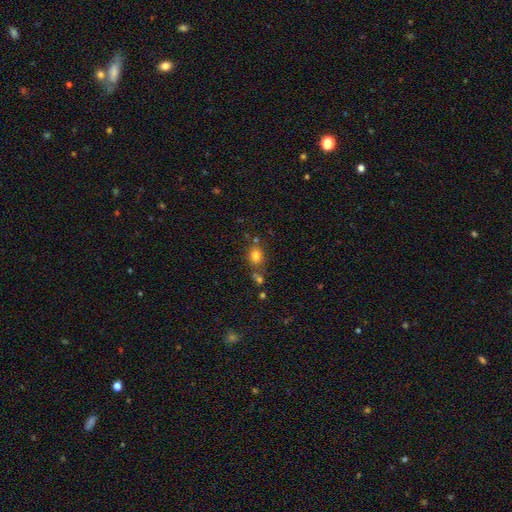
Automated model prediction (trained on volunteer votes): smooth 79%, star or artifact 13%, featured or disk 8%. Down the decision tree: how rounded — round (54%); merging — none (64%).